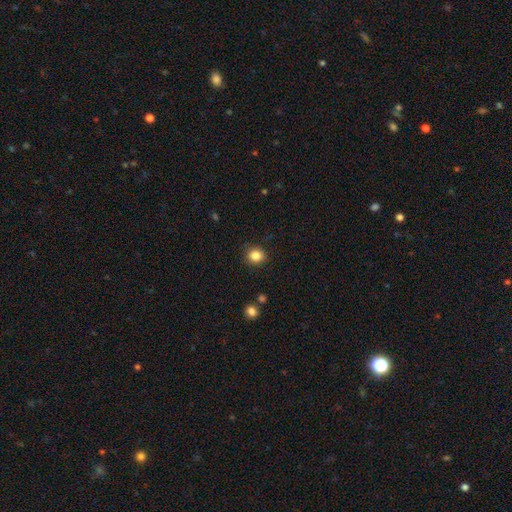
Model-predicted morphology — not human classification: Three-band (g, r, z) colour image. It shows a smooth galaxy with no disk features (84%) that is round (81%). Merging: none (88%).